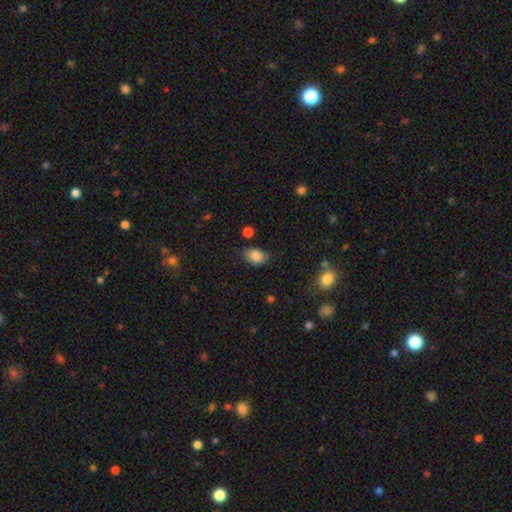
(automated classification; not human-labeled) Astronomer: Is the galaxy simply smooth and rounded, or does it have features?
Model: smooth — 85%.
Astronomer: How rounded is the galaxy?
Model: in between — 84%.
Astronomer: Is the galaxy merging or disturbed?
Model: none — 72%.